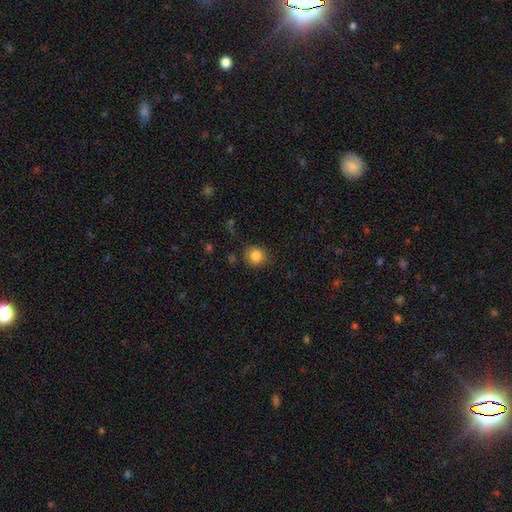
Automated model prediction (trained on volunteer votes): smooth_or_featured: smooth (p=0.85) [alt: star or artifact p=0.10]
how_rounded: round (p=0.88) [alt: in between p=0.11]
merging: none (p=0.81) [alt: minor disturbance p=0.13]